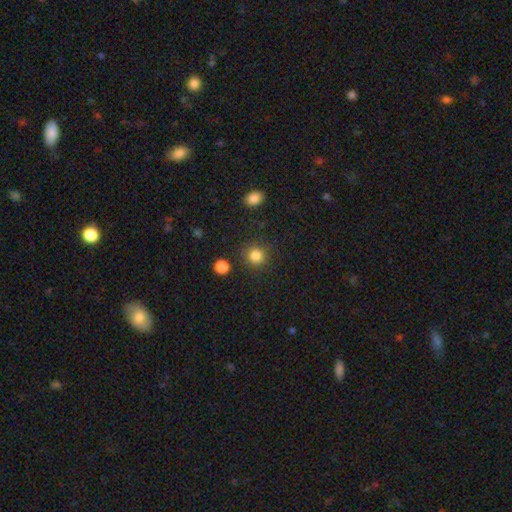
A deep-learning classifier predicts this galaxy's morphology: A smooth galaxy with no disk features (85%) that is round (91%). Merging: none (87%).